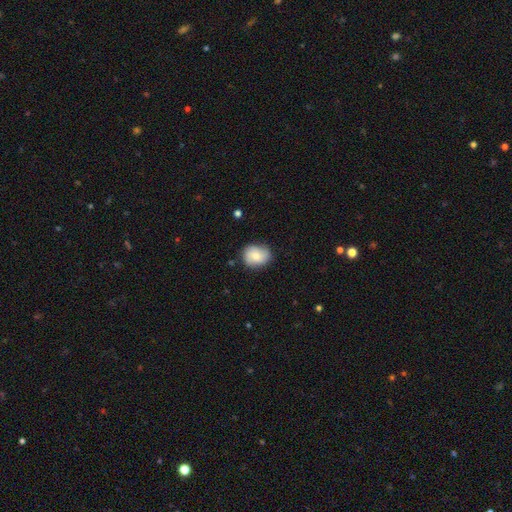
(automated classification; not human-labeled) A smooth galaxy with no disk features (62%) that is round (59%). Merging: none (74%).